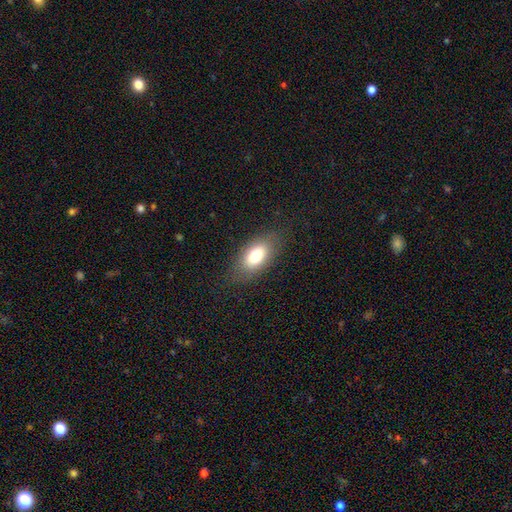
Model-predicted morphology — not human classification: This is likely a smooth galaxy (76%). How rounded: clearly in between (90%). Merging: clearly none (82%).